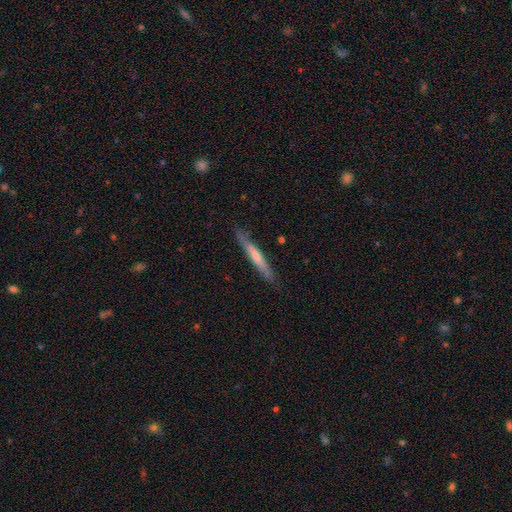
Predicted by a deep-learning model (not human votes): This is possibly a smooth galaxy (48%). Merging: clearly none (83%).